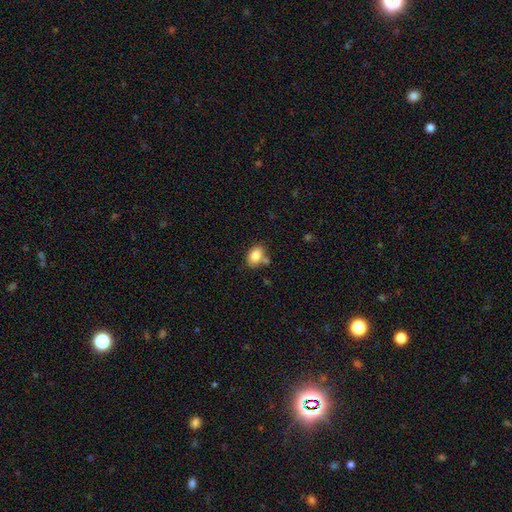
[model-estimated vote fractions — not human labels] This appears to be a smooth galaxy with no disk features (85%) that is in between round and cigar-shaped (83%). Merging: none (64%).